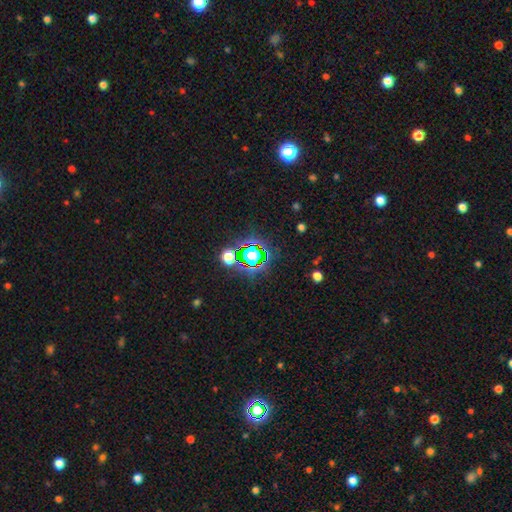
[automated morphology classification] star or artifact 67%, smooth 23%, featured or disk 11%.